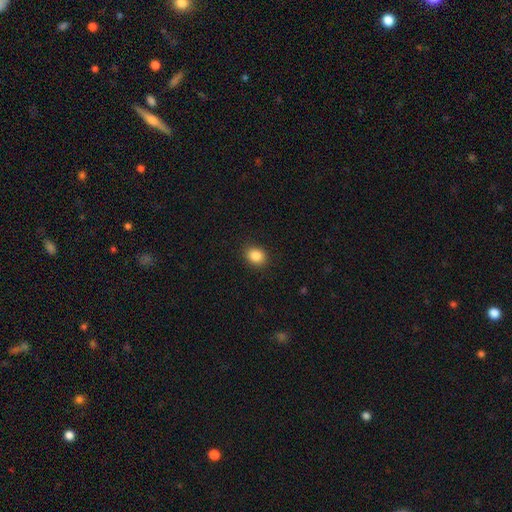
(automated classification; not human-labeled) smooth_or_featured: smooth (p=0.87) [alt: star or artifact p=0.09]
how_rounded: round (p=0.54) [alt: in between p=0.45]
merging: none (p=0.89) [alt: minor disturbance p=0.08]